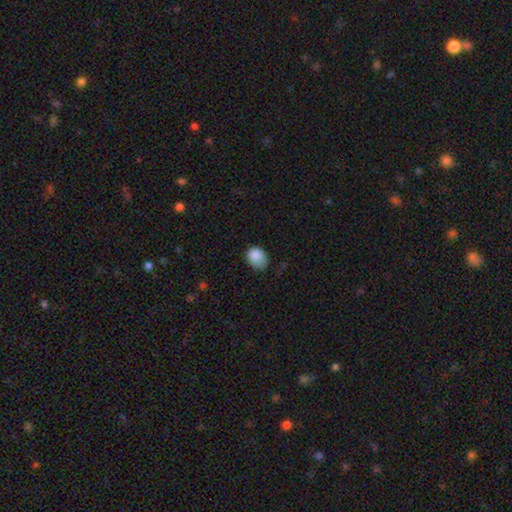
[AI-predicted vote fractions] A smooth galaxy with no disk features (87%) that is in between round and cigar-shaped (59%).

Vote fractions:
- Smooth or featured? smooth: 87% / star or artifact: 8% / featured or disk: 5%
- How rounded? in between: 59% / round: 40% / cigar-shaped: 1%
- Merging? none: 51% / minor disturbance: 38% / major disturbance: 10% / merger: 2%